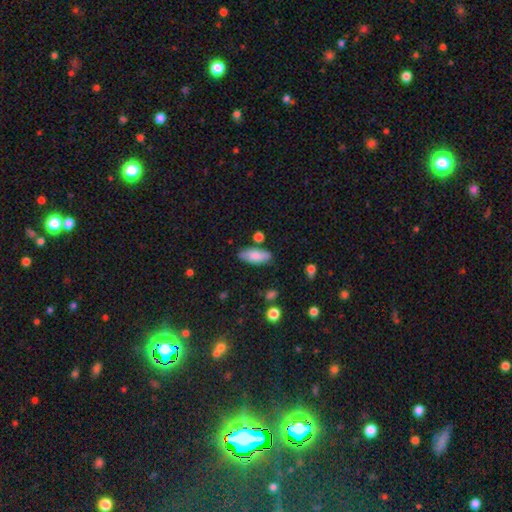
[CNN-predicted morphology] This is clearly a smooth galaxy (80%). How rounded: likely in between (80%). Merging: likely none (78%).